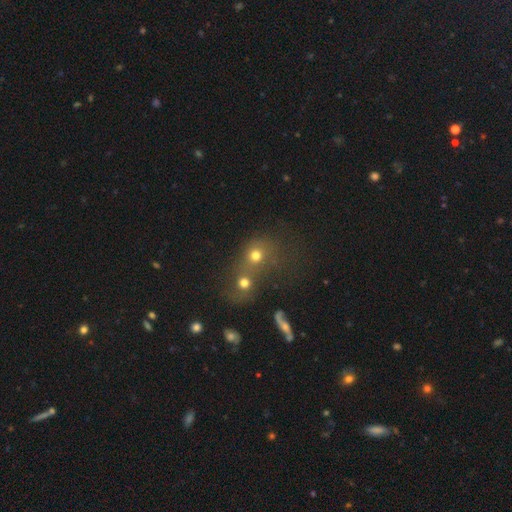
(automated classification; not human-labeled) Smooth or featured? Predicted: smooth (p=0.68). How rounded? Predicted: round (p=0.77). Merging? Predicted: merger (p=0.52).